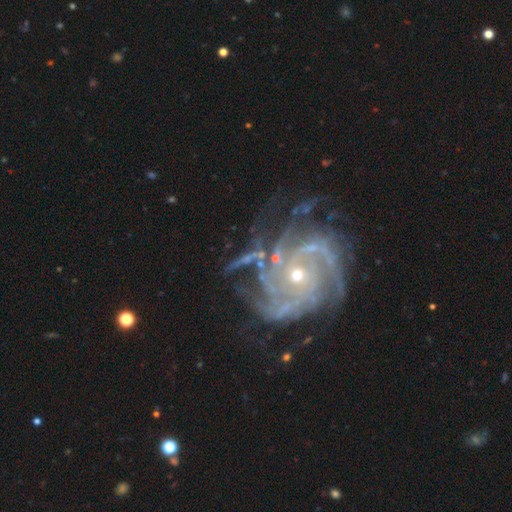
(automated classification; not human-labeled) A featured or disk galaxy (90%) with no bar (75%), 4 (24%) tight (62%) spiral arms (98%) and a small central bulge (68%). Merging: none (60%).